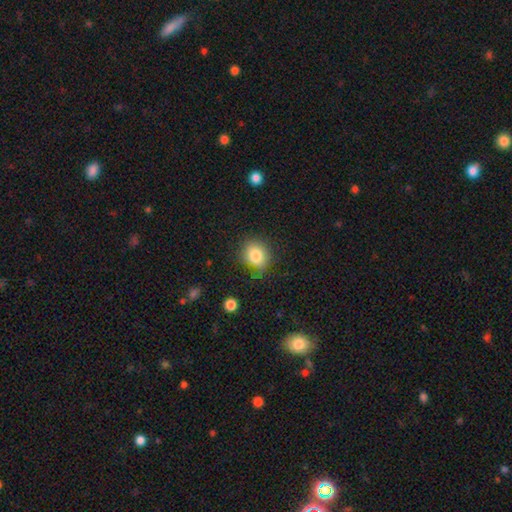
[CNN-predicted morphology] Smooth or featured? smooth (82%)
How rounded? round (69%)
Merging? none (67%)